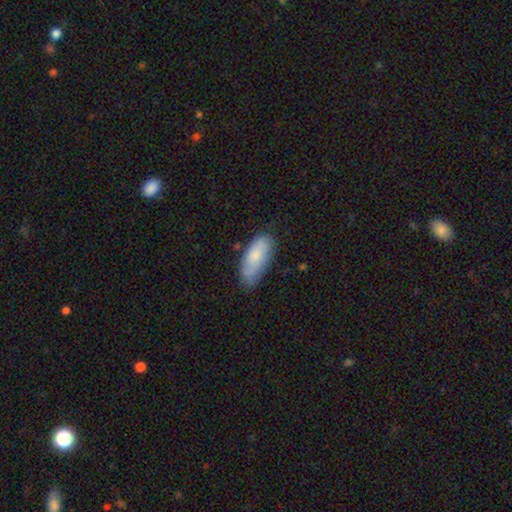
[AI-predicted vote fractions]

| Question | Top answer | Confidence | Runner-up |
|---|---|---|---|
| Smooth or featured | smooth | 78% | featured or disk (16%) |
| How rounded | in between | 82% | cigar-shaped (17%) |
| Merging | none | 67% | minor disturbance (26%) |